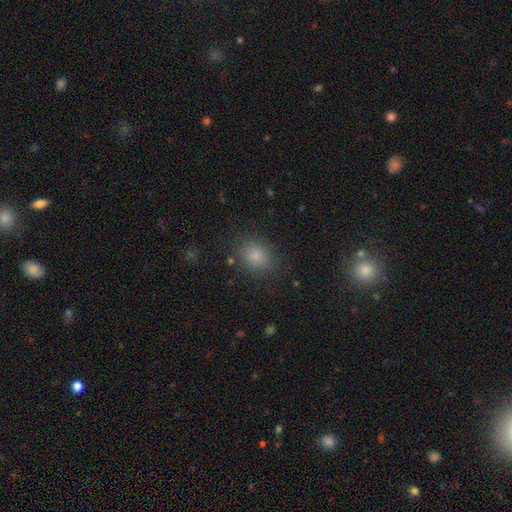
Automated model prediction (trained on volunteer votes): Morphology: type=smooth (81%); roundness=round (57%); merging=none (84%).